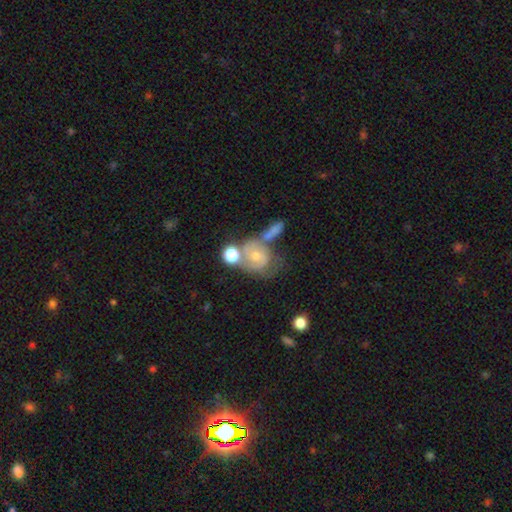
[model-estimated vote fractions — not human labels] smooth-or-featured: featured or disk: 65% | smooth: 26% | star or artifact: 9%
  disk-edge-on: no: 97% | yes: 3%
    bar: no: 71% | weak: 24% | strong: 5%
    has-spiral-arms: yes: 83% | no: 17%
      spiral-winding: tight: 46% | medium: 40% | loose: 14%
      spiral-arm-count: 2: 57% | can't tell: 23% | 3: 8% | 1: 7% | 4: 2% | more than 4: 2%
    bulge-size: moderate: 46% | small: 45% | large: 4% | none: 4% | dominant: 1%
  merging: merger: 36% | none: 31% | minor disturbance: 17% | major disturbance: 15%